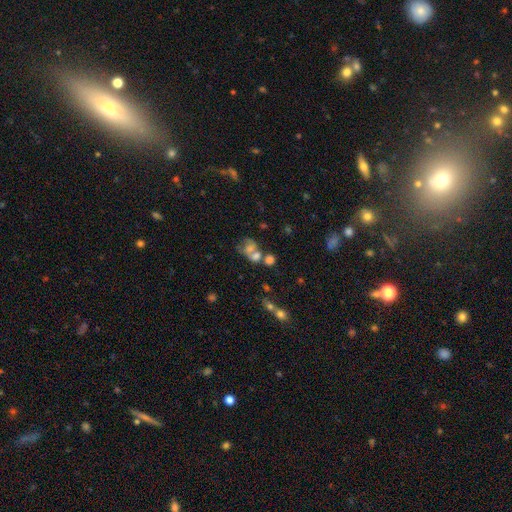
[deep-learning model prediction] smooth-or-featured: smooth: 54% | featured or disk: 30% | star or artifact: 16%
  how-rounded: in between: 56% | round: 42% | cigar-shaped: 2%
  merging: merger: 52% | none: 24% | major disturbance: 12% | minor disturbance: 12%